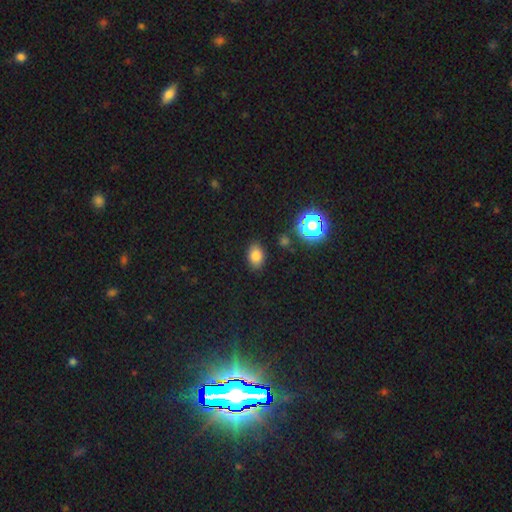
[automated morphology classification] A smooth galaxy with no disk features (78%) that is in between round and cigar-shaped (77%). Merging: none (80%).